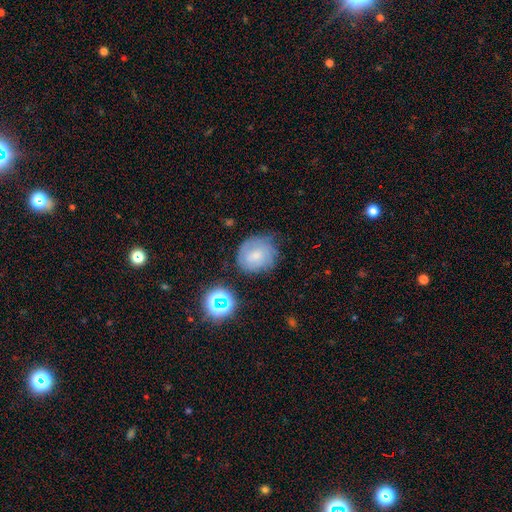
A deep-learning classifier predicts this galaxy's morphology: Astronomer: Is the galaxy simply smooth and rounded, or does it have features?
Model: smooth — 50% (runner-up: featured or disk, 36%).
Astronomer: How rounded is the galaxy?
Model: round — 78%.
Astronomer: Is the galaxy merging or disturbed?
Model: none — 66%.